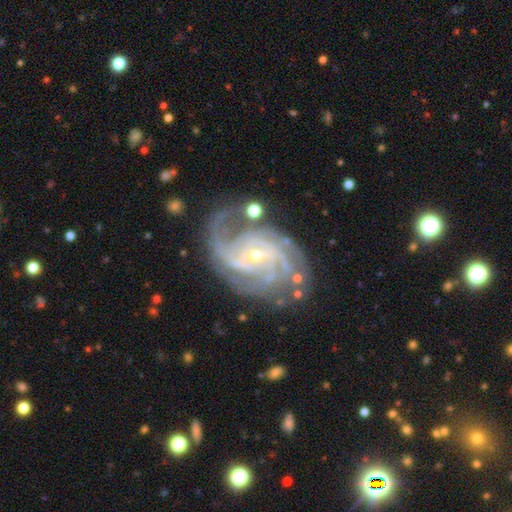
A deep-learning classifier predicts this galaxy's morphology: Q: Smooth or featured?
A: featured or disk (91%); runner-up: star or artifact (5%)
Q: Edge-on disk?
A: no (98%); runner-up: yes (2%)
Q: Bar?
A: no (49%); runner-up: weak (37%)
Q: Spiral arms?
A: yes (98%); runner-up: no (2%)
Q: Spiral winding?
A: tight (51%); runner-up: medium (41%)
Q: Spiral arm count?
A: 3 (25%); runner-up: 4 (21%)
Q: Bulge size?
A: small (78%); runner-up: moderate (19%)
Q: Merging?
A: none (70%); runner-up: minor disturbance (18%)